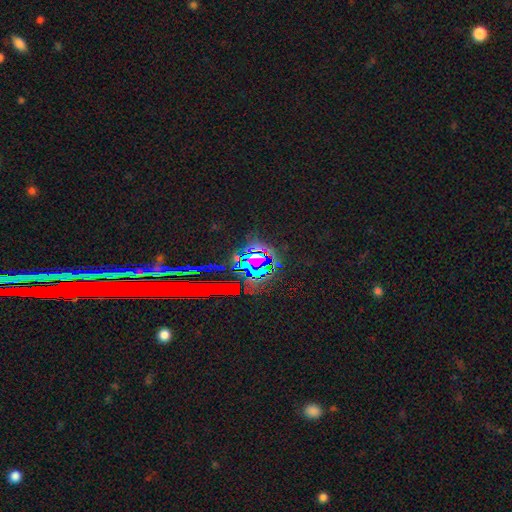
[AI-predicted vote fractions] Smooth or featured?
  - star or artifact: 75% *
  - featured or disk: 12%
  - smooth: 12%